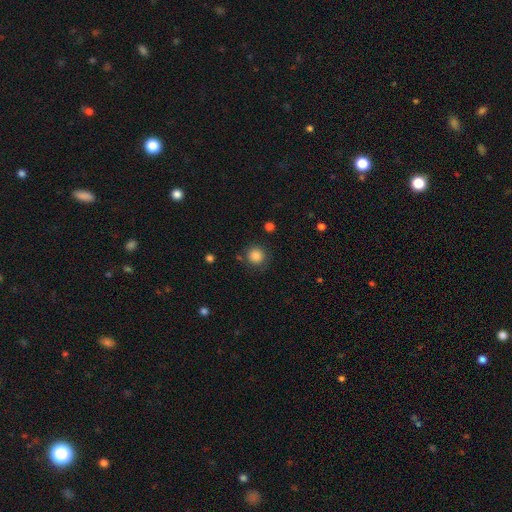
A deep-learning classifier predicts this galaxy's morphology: The model was most divided on "smooth or featured": smooth: 85%, star or artifact: 11%, featured or disk: 4%. More confident: how rounded — round (94%); merging — none (86%).